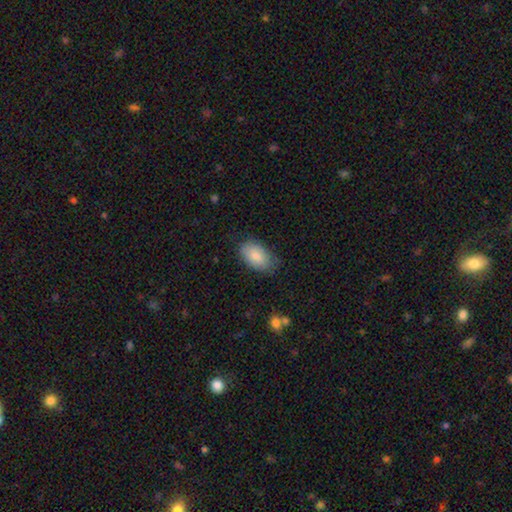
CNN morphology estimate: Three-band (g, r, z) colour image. It shows a smooth galaxy with no disk features (83%) that is in between round and cigar-shaped (93%). Merging: none (72%).